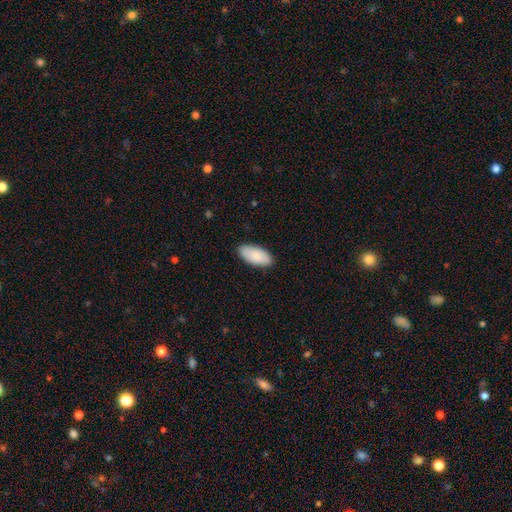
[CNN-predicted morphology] The model was most divided on "merging": none: 88%, minor disturbance: 9%, major disturbance: 2%, merger: 1%. More confident: how rounded — in between (93%); smooth or featured — smooth (89%).